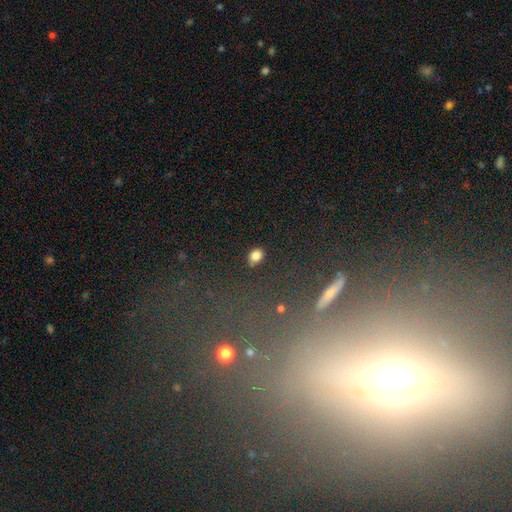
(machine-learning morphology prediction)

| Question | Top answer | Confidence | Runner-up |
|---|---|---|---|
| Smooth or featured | smooth | 82% | star or artifact (11%) |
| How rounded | in between | 70% | round (29%) |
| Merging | none | 85% | minor disturbance (10%) |